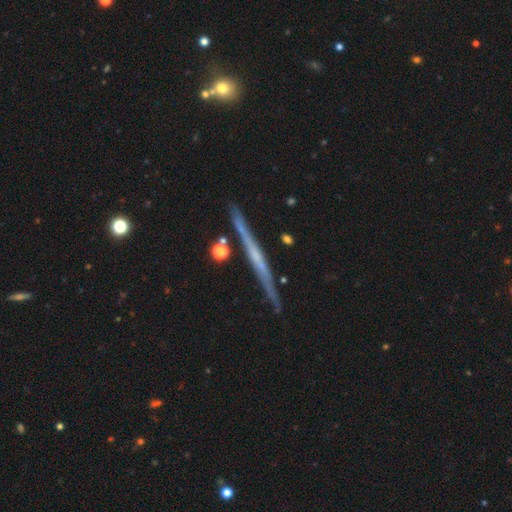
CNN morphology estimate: The model was most divided on "smooth or featured": featured or disk: 69%, smooth: 25%, star or artifact: 6%. More confident: edge-on disk — yes (97%); merging — none (86%); edge-on bulge — none (71%).